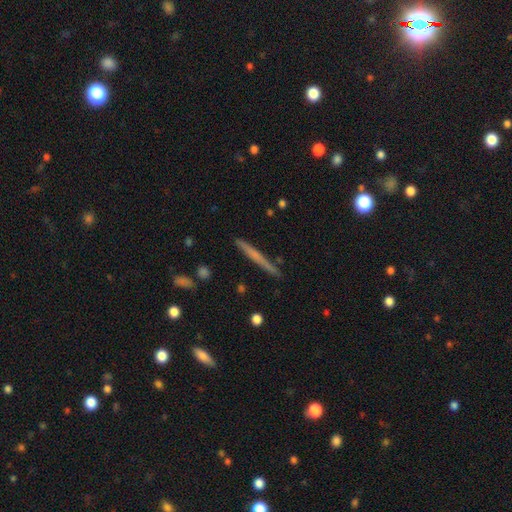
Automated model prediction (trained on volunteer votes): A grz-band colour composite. It shows a smooth galaxy with no disk features (48%). Merging: none (89%).